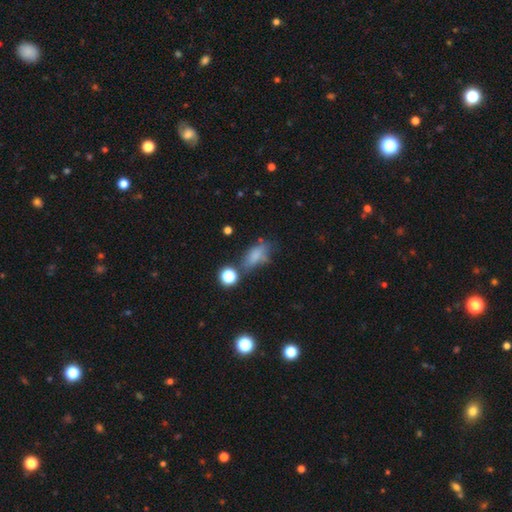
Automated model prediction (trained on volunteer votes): This is likely a smooth galaxy (69%). How rounded: likely in between (79%). Merging: marginally none (41%).